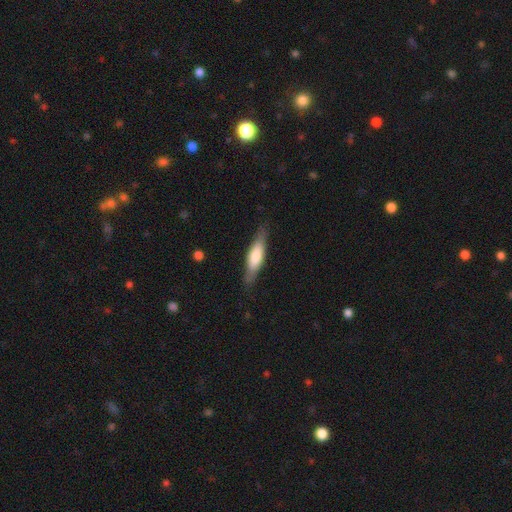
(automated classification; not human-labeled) A smooth galaxy with no disk features (58%) that is cigar-shaped (66%).

Vote fractions:
- Smooth or featured? smooth: 58% / featured or disk: 37% / star or artifact: 5%
- How rounded? cigar-shaped: 66% / in between: 32% / round: 2%
- Merging? none: 83% / minor disturbance: 13% / major disturbance: 3% / merger: 1%